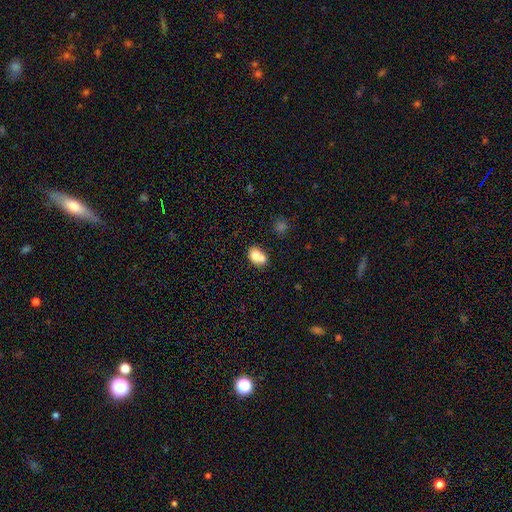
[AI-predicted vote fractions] This appears to be a smooth galaxy with no disk features (74%) that is in between round and cigar-shaped (66%). Merging: merger (49%).